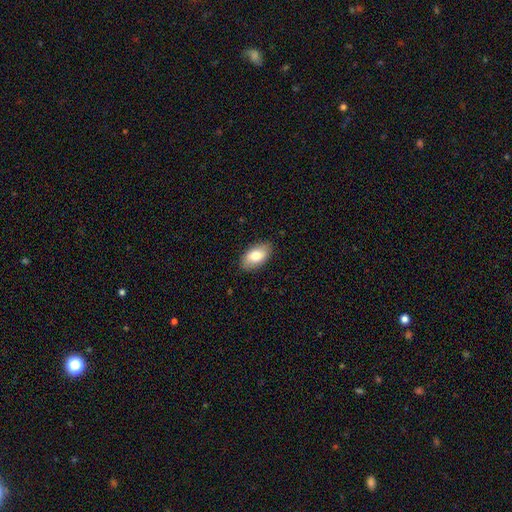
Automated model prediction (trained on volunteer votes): Smooth or featured: smooth — 79% (featured or disk — 15%)
How rounded: in between — 93% (round — 4%)
Merging: none — 86% (minor disturbance — 11%)